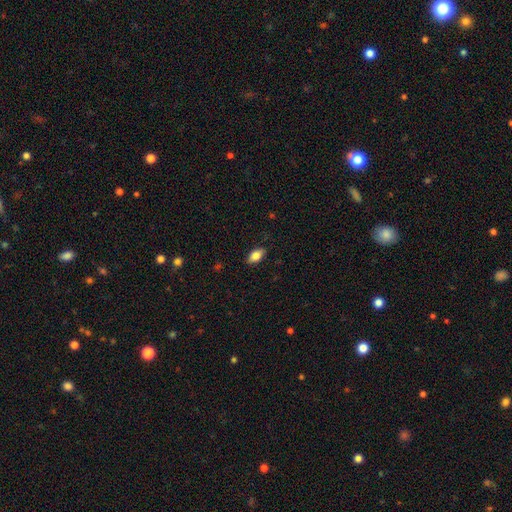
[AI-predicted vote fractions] Smooth or featured: smooth — 81% (featured or disk — 11%)
How rounded: in between — 90% (round — 5%)
Merging: none — 86% (minor disturbance — 11%)